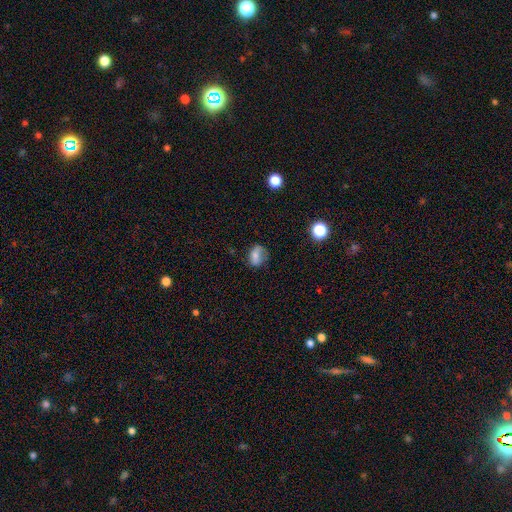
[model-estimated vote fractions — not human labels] Smooth or featured?
  - smooth: 71% *
  - featured or disk: 18%
  - star or artifact: 11%
How rounded?
  - in between: 66% *
  - round: 32%
  - cigar-shaped: 2%
Merging?
  - none: 56% *
  - minor disturbance: 29%
  - major disturbance: 13%
  - merger: 2%